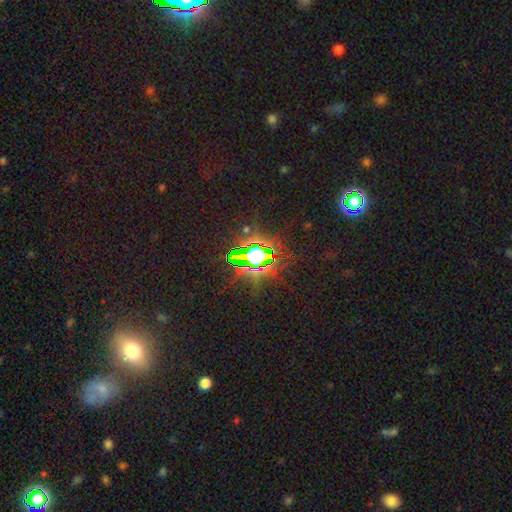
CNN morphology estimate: This appears to be a star or artifact, not a galaxy (81%).